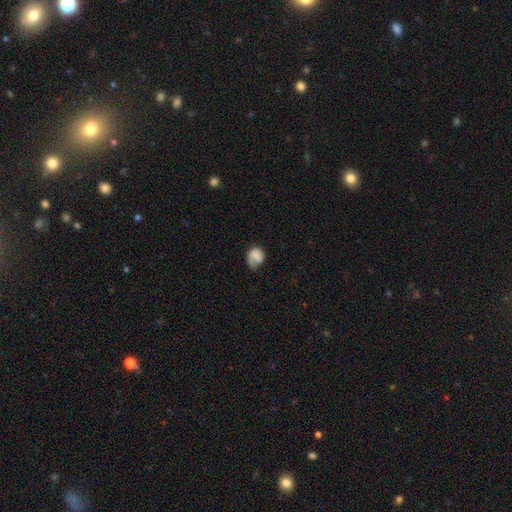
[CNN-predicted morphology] Smooth or featured?
  - smooth: 55% *
  - featured or disk: 36%
  - star or artifact: 9%
How rounded?
  - in between: 52% *
  - round: 47%
  - cigar-shaped: 1%
Merging?
  - none: 39% *
  - major disturbance: 31%
  - minor disturbance: 26%
  - merger: 3%